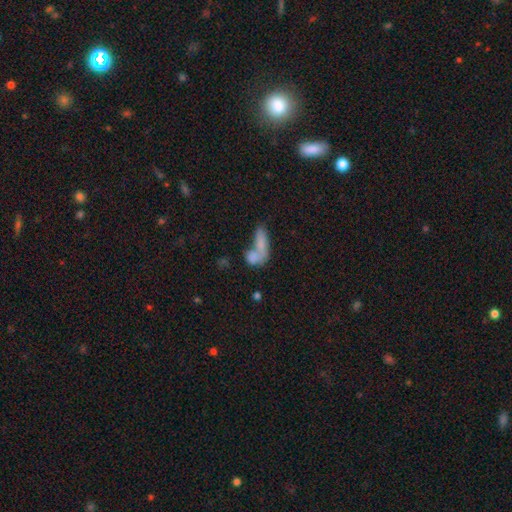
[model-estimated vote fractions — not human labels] Morphology: type=smooth (75%); roundness=in between (68%); merging=merger (60%).